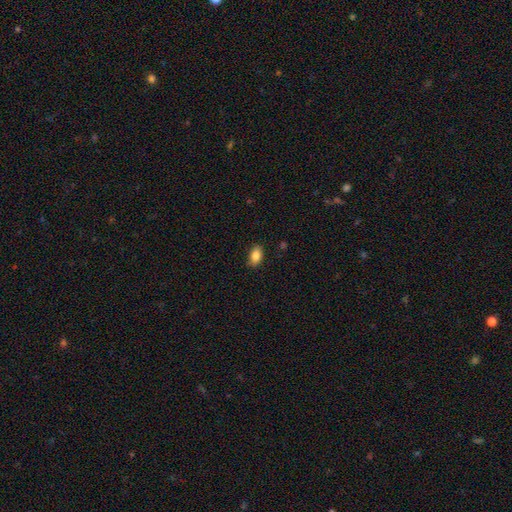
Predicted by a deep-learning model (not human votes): Smooth or featured? smooth (85%)
How rounded? in between (89%)
Merging? none (85%)